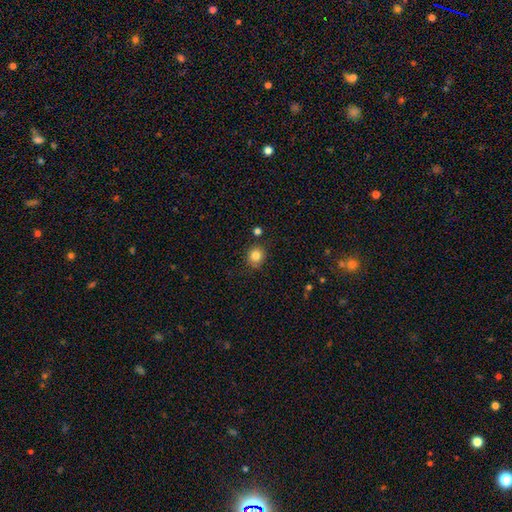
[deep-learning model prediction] Morphology: type=smooth (83%); roundness=round (86%); merging=none (82%).